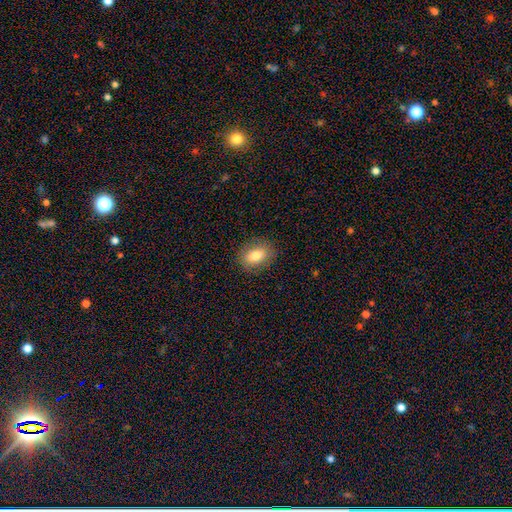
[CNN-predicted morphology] A smooth galaxy with no disk features (78%) that is in between round and cigar-shaped (74%). Merging: none (86%).